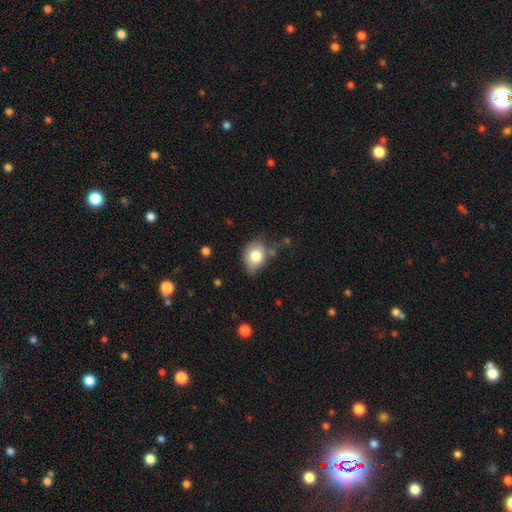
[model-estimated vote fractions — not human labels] smooth-or-featured: smooth: 80% | featured or disk: 11% | star or artifact: 8%
  how-rounded: in between: 59% | round: 40% | cigar-shaped: 1%
  merging: none: 53% | minor disturbance: 33% | major disturbance: 9% | merger: 5%